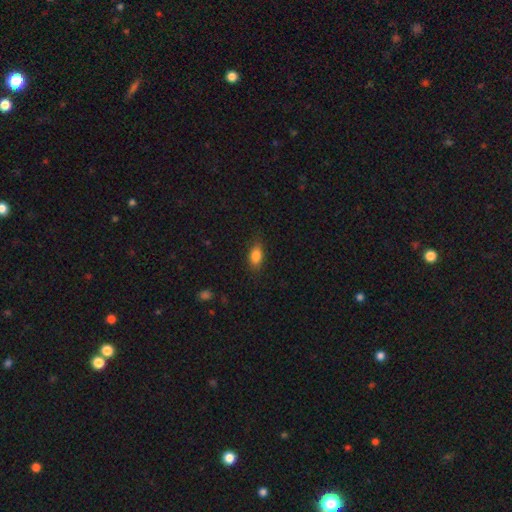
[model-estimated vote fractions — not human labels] Smooth or featured? smooth (84%)
How rounded? in between (84%)
Merging? none (81%)